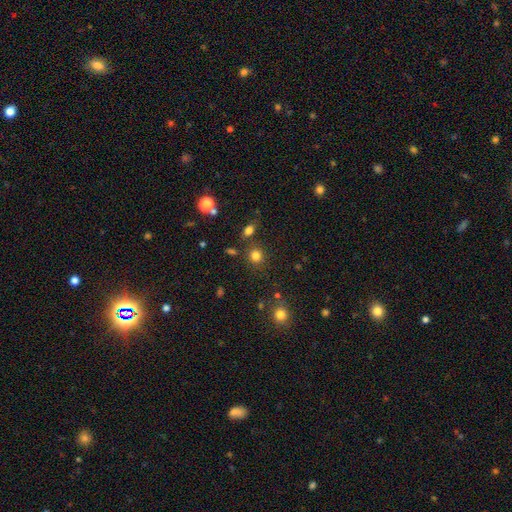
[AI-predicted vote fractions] smooth_or_featured: smooth (p=0.80) [alt: star or artifact p=0.15]
how_rounded: round (p=0.85) [alt: in between p=0.14]
merging: none (p=0.81) [alt: minor disturbance p=0.09]